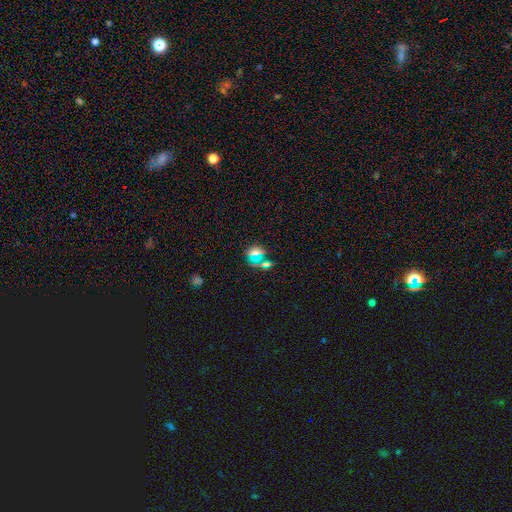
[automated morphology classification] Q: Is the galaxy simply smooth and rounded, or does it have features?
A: smooth — 51%.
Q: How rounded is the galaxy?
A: round — 70%.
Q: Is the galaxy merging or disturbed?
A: none — 71%.